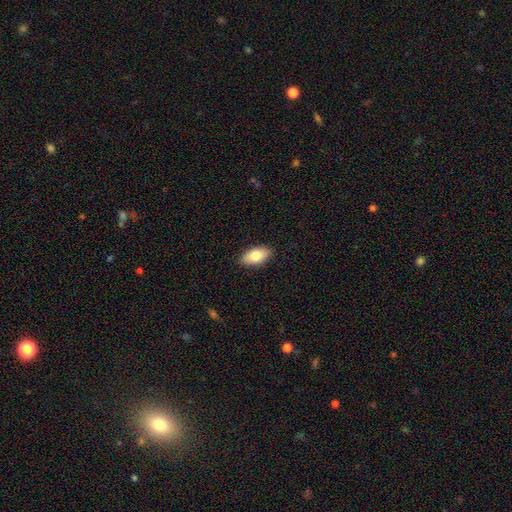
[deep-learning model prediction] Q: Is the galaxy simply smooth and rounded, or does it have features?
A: smooth — 81%.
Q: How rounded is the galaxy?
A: in between — 93%.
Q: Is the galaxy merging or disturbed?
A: none — 89%.